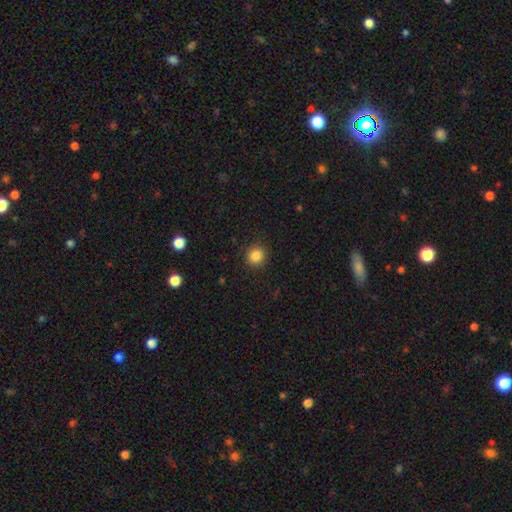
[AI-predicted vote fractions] Smooth or featured? Predicted: smooth (p=0.85). How rounded? Predicted: round (p=0.91). Merging? Predicted: none (p=0.90).